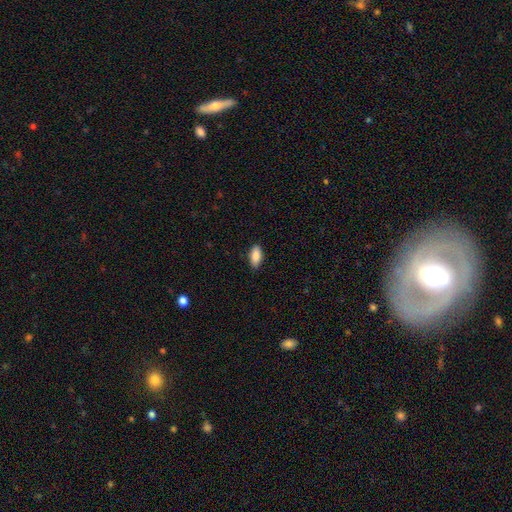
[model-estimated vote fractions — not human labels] smooth-or-featured: smooth: 87% | star or artifact: 7% | featured or disk: 6%
  how-rounded: in between: 89% | cigar-shaped: 9% | round: 2%
  merging: none: 86% | minor disturbance: 11% | major disturbance: 2% | merger: 1%